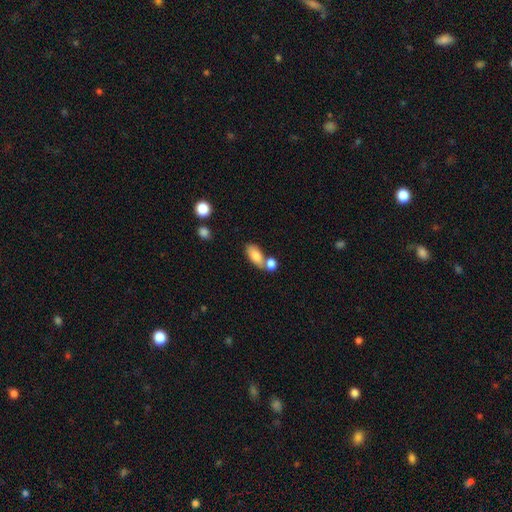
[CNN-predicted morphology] smooth-or-featured: smooth: 82% | featured or disk: 11% | star or artifact: 7%
  how-rounded: in between: 88% | cigar-shaped: 7% | round: 5%
  merging: none: 46% | merger: 38% | minor disturbance: 12% | major disturbance: 4%